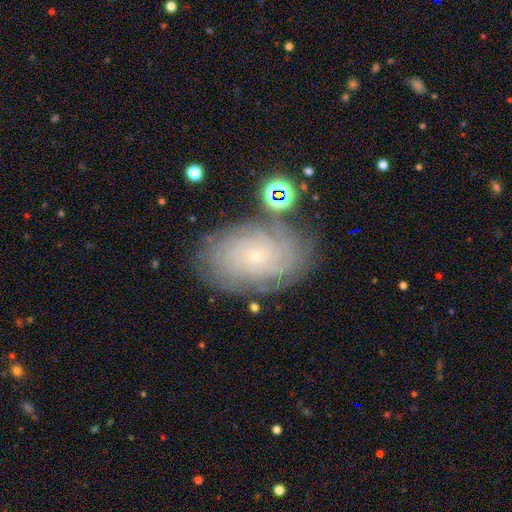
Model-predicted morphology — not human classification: Smooth or featured? Predicted: featured or disk (p=0.74). Edge-on disk? Predicted: no (p=0.95). Bar? Predicted: no (p=0.84). Spiral arms? Predicted: yes (p=0.93). Spiral winding? Predicted: tight (p=0.80). Spiral arm count? Predicted: can't tell (p=0.43). Bulge size? Predicted: small (p=0.88). Merging? Predicted: none (p=0.76).